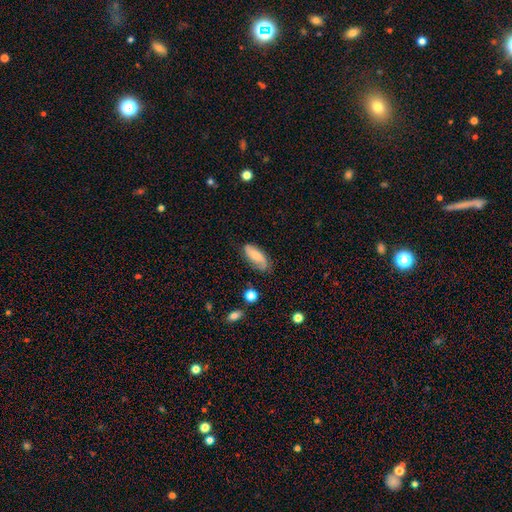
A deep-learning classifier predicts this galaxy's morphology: Smooth or featured? smooth (62%)
How rounded? in between (79%)
Merging? none (69%)